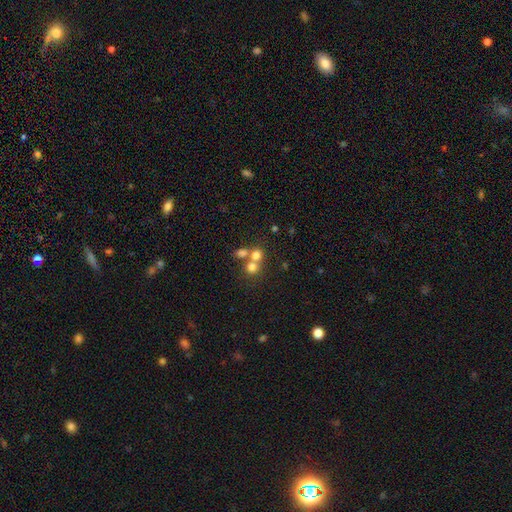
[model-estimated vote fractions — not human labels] Morphology: type=smooth (69%); roundness=round (80%); merging=merger (53%).